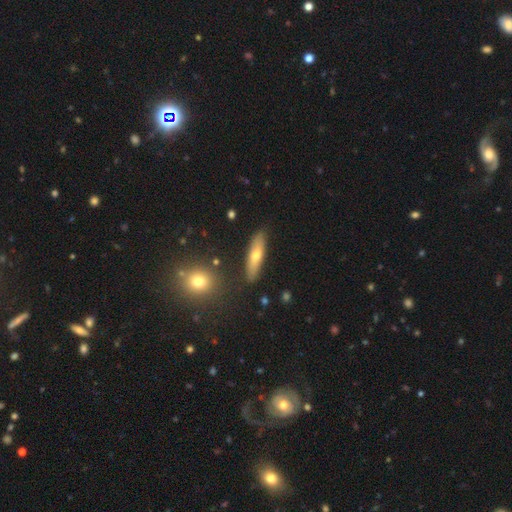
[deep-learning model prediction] Overall: smooth (57%; featured or disk 36%). How rounded: cigar-shaped (67%; in between 31%). Merging: none (85%).